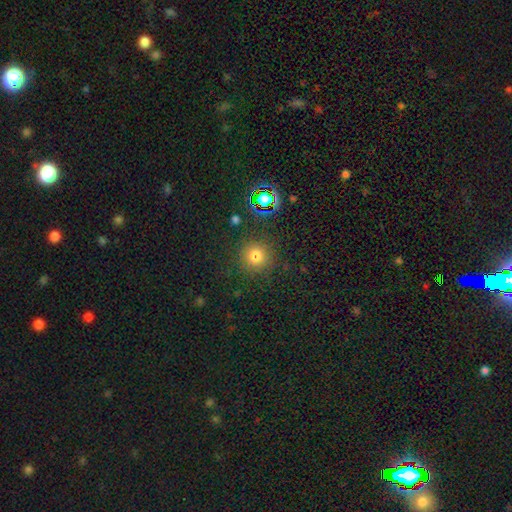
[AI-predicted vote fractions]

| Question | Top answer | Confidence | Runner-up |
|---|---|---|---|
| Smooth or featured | smooth | 73% | star or artifact (20%) |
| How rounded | round | 92% | in between (7%) |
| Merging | none | 82% | minor disturbance (9%) |